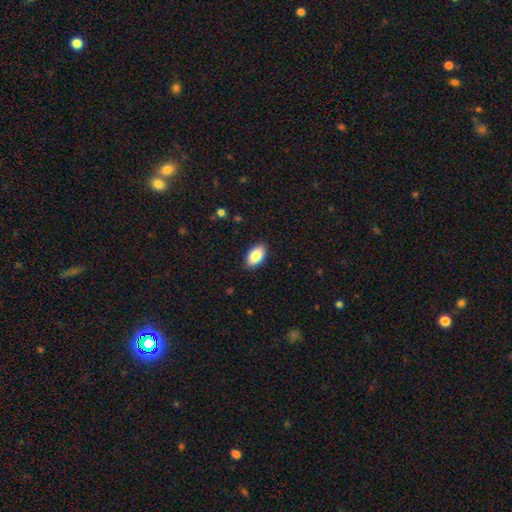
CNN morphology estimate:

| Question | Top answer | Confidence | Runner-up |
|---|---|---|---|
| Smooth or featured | smooth | 87% | featured or disk (7%) |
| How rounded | in between | 94% | round (3%) |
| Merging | none | 89% | minor disturbance (9%) |